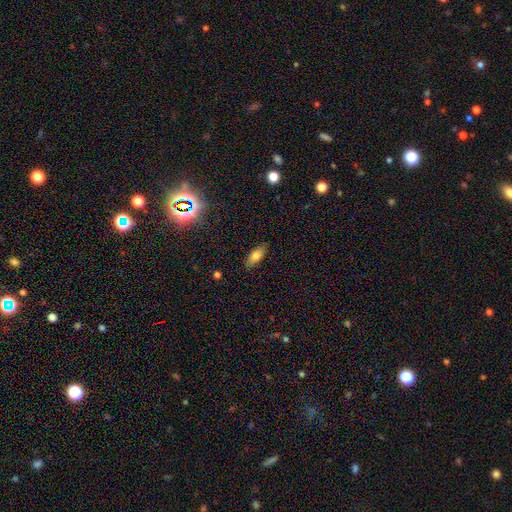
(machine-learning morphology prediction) Smooth or featured?
  - smooth: 74% *
  - featured or disk: 17%
  - star or artifact: 10%
How rounded?
  - in between: 79% *
  - cigar-shaped: 18%
  - round: 3%
Merging?
  - none: 87% *
  - minor disturbance: 10%
  - major disturbance: 2%
  - merger: 1%